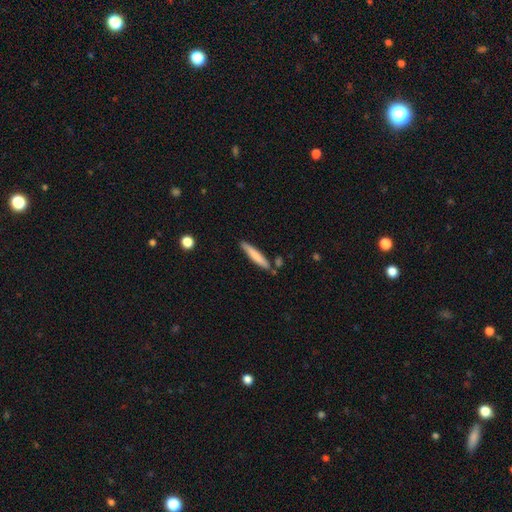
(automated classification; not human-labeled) smooth_or_featured: smooth (p=0.75) [alt: featured or disk p=0.20]
how_rounded: cigar-shaped (p=0.92) [alt: in between p=0.06]
merging: none (p=0.82) [alt: minor disturbance p=0.11]